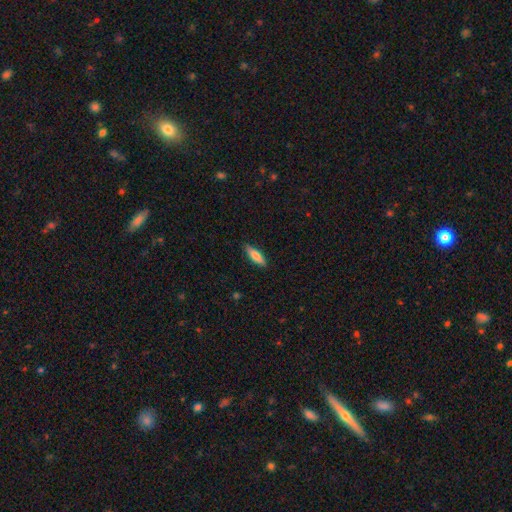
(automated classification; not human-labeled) smooth-or-featured: smooth: 75% | featured or disk: 19% | star or artifact: 6%
  how-rounded: cigar-shaped: 54% | in between: 44% | round: 2%
  merging: none: 86% | minor disturbance: 11% | major disturbance: 2% | merger: 1%